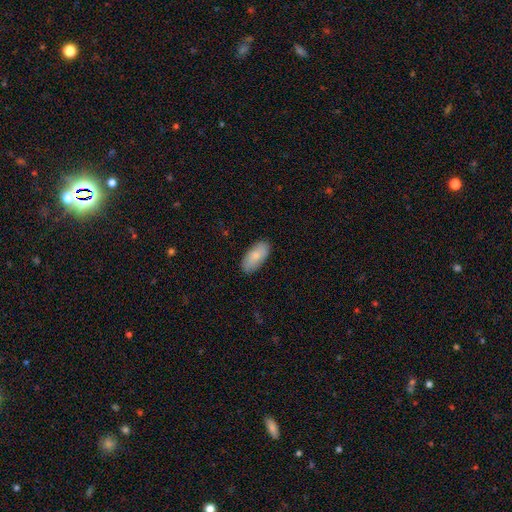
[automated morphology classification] smooth 82%, featured or disk 12%, star or artifact 5%. Down the decision tree: how rounded — in between (92%); merging — none (87%).